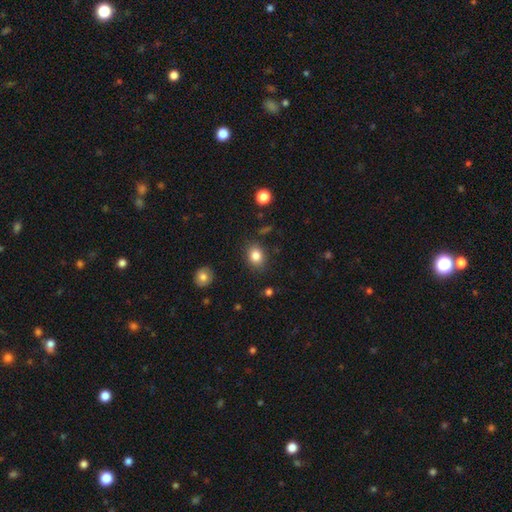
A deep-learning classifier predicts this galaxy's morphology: smooth 83%, star or artifact 10%, featured or disk 7%. Down the decision tree: how rounded — in between (54%); merging — none (85%).